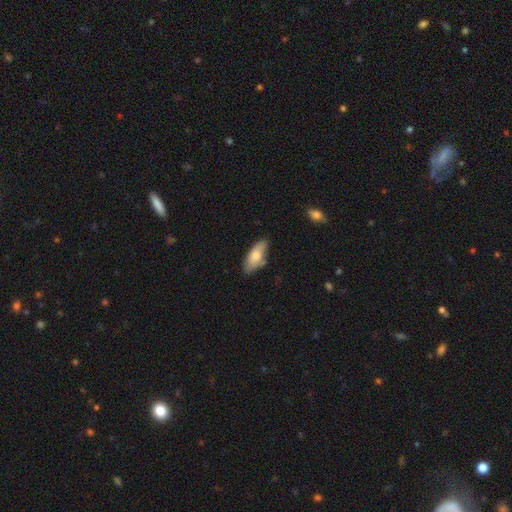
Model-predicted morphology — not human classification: Smooth or featured?
  - smooth: 74% *
  - featured or disk: 20%
  - star or artifact: 6%
How rounded?
  - in between: 84% *
  - cigar-shaped: 14%
  - round: 2%
Merging?
  - none: 69% *
  - minor disturbance: 25%
  - major disturbance: 4%
  - merger: 3%